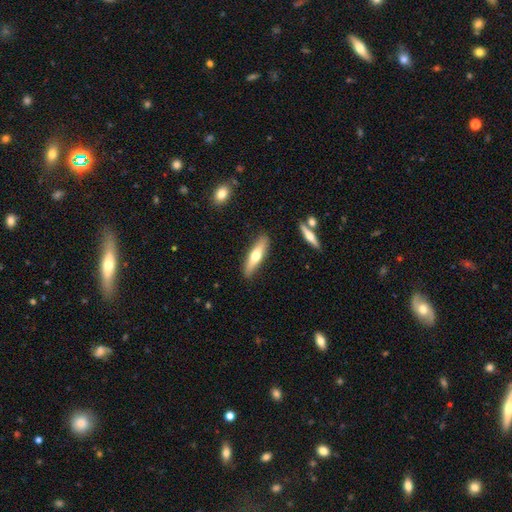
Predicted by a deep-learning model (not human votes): A smooth galaxy with no disk features (50%) that is cigar-shaped (75%). Merging: none (87%).